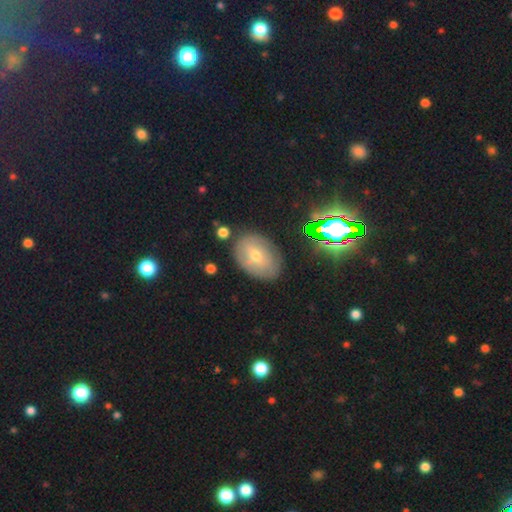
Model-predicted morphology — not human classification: Q: Smooth or featured?
A: smooth (49%); runner-up: featured or disk (36%)
Q: Merging?
A: none (80%); runner-up: minor disturbance (14%)